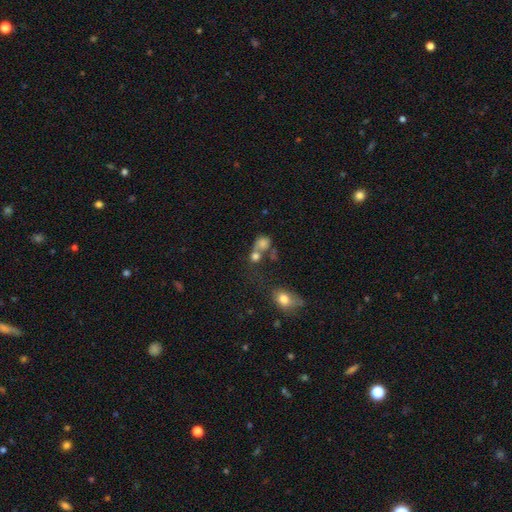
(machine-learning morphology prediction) A smooth galaxy with no disk features (73%) that is round (69%). Merging: merger (47%).